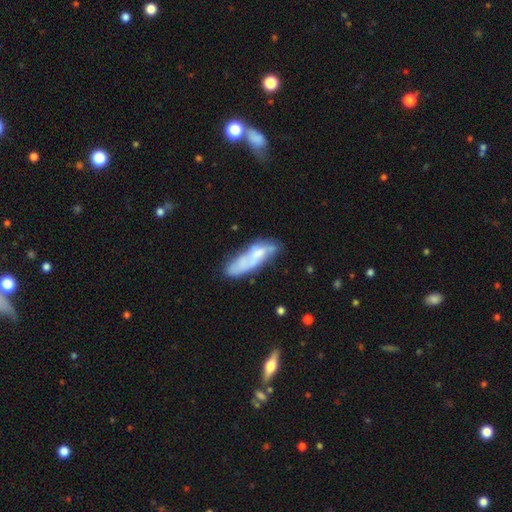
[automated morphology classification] Smooth or featured? smooth (51%)
How rounded? in between (51%)
Merging? none (40%)